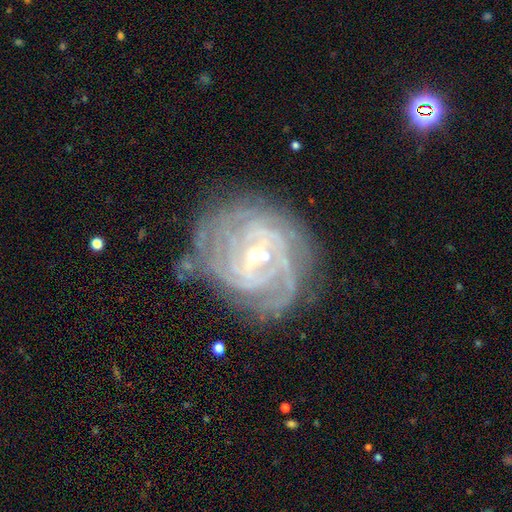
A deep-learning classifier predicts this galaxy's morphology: Smooth or featured? Predicted: featured or disk (p=0.89). Edge-on disk? Predicted: no (p=0.97). Bar? Predicted: weak (p=0.45). Spiral arms? Predicted: yes (p=0.97). Spiral winding? Predicted: tight (p=0.75). Spiral arm count? Predicted: 4 (p=0.27). Bulge size? Predicted: small (p=0.76). Merging? Predicted: none (p=0.71).